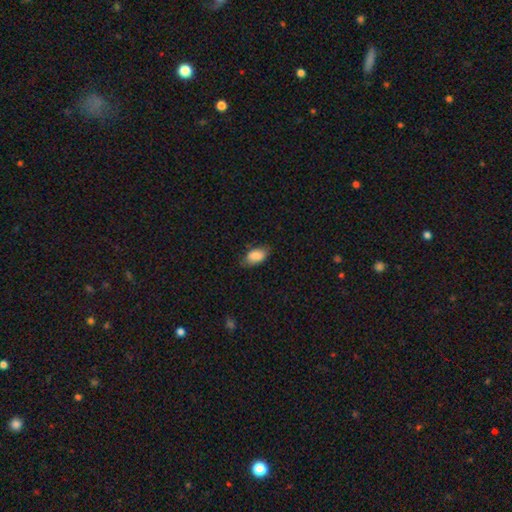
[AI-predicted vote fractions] Smooth or featured: smooth — 87% (star or artifact — 7%)
How rounded: in between — 92% (round — 5%)
Merging: none — 75% (minor disturbance — 20%)